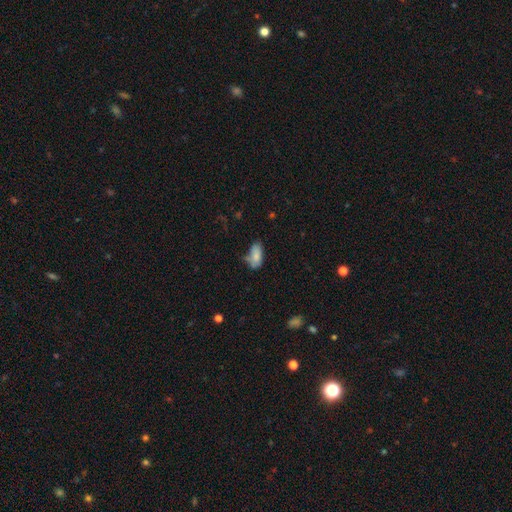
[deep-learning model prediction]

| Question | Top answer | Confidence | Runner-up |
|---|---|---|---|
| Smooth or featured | smooth | 79% | featured or disk (12%) |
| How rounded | in between | 90% | cigar-shaped (6%) |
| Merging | none | 46% | minor disturbance (32%) |